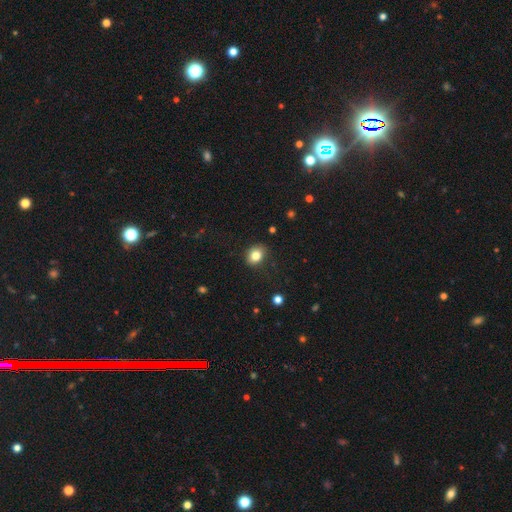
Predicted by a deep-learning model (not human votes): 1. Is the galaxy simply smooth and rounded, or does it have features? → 82% smooth, 10% star or artifact, 8% featured or disk.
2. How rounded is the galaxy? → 50% in between, 49% round, 1% cigar-shaped.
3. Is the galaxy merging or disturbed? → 83% none, 13% minor disturbance, 3% major disturbance, 1% merger.